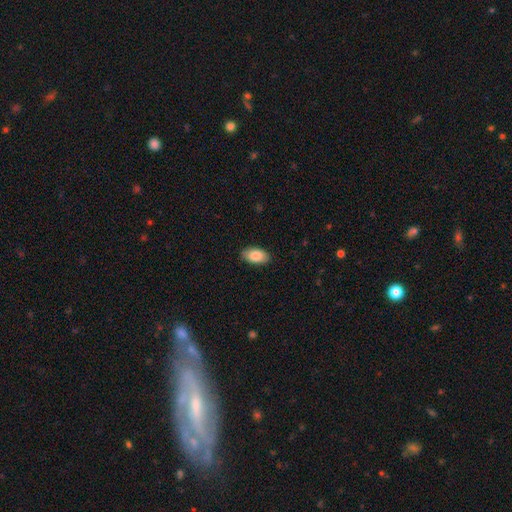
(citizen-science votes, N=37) This is clearly a smooth galaxy (95%). How rounded: clearly in between (97%). Merging: clearly none (83%).